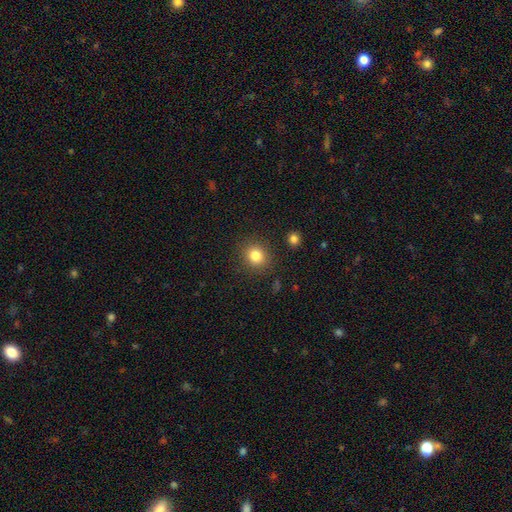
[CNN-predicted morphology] Smooth or featured? Predicted: smooth (p=0.82). How rounded? Predicted: round (p=0.82). Merging? Predicted: none (p=0.88).